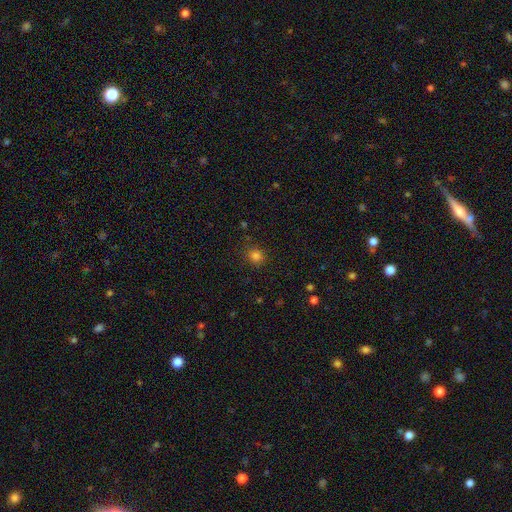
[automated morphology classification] smooth-or-featured: smooth: 80% | star or artifact: 15% | featured or disk: 4%
  how-rounded: round: 88% | in between: 11% | cigar-shaped: 1%
  merging: none: 87% | minor disturbance: 9% | major disturbance: 3% | merger: 1%